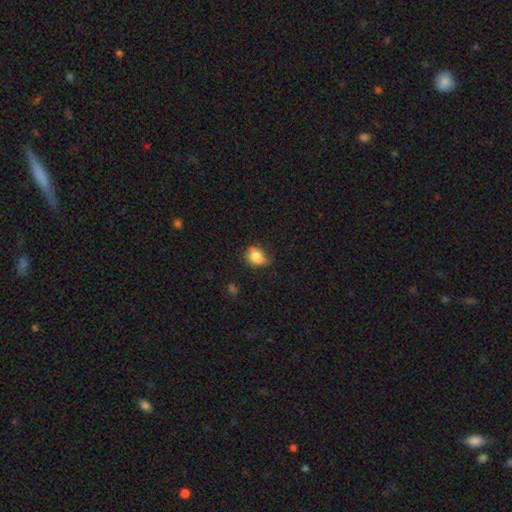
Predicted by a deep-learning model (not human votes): Smooth or featured? Predicted: smooth (p=0.79). How rounded? Predicted: in between (p=0.60). Merging? Predicted: none (p=0.53).